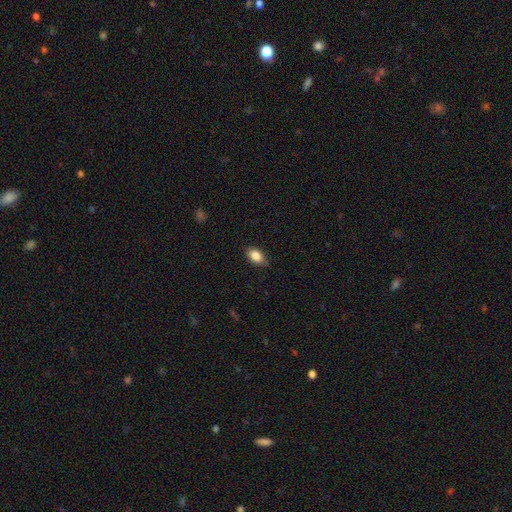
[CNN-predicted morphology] Smooth or featured: smooth — 87% (star or artifact — 8%)
How rounded: in between — 87% (round — 12%)
Merging: none — 85% (minor disturbance — 12%)